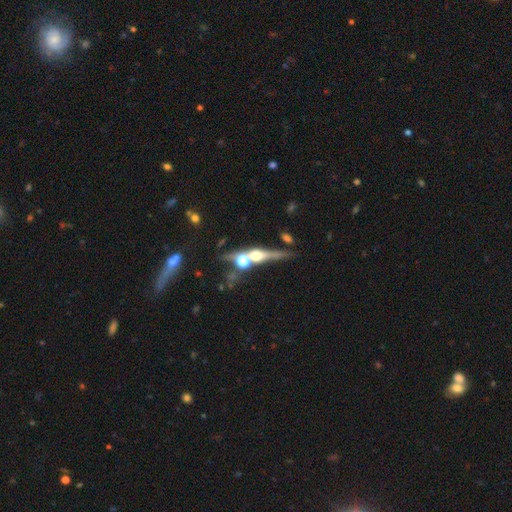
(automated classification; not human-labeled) smooth-or-featured: featured or disk: 65% | smooth: 22% | star or artifact: 13%
  disk-edge-on: yes: 90% | no: 10%
    edge-on-bulge: rounded: 90% | boxy: 6% | none: 4%
  merging: none: 63% | merger: 19% | minor disturbance: 12% | major disturbance: 6%